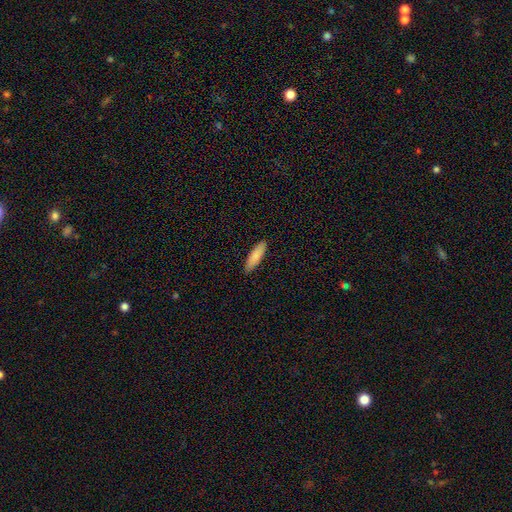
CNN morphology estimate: A smooth galaxy with no disk features (86%) that is cigar-shaped (60%).

Vote fractions:
- Smooth or featured? smooth: 86% / featured or disk: 9% / star or artifact: 5%
- How rounded? cigar-shaped: 60% / in between: 38% / round: 1%
- Merging? none: 89% / minor disturbance: 8% / major disturbance: 1% / merger: 1%